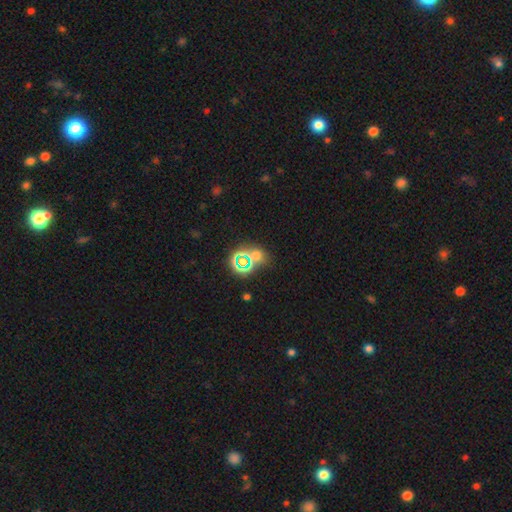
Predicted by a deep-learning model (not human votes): A star or artifact, not a galaxy (49%).

Vote fractions:
- Smooth or featured? star or artifact: 49% / smooth: 42% / featured or disk: 9%